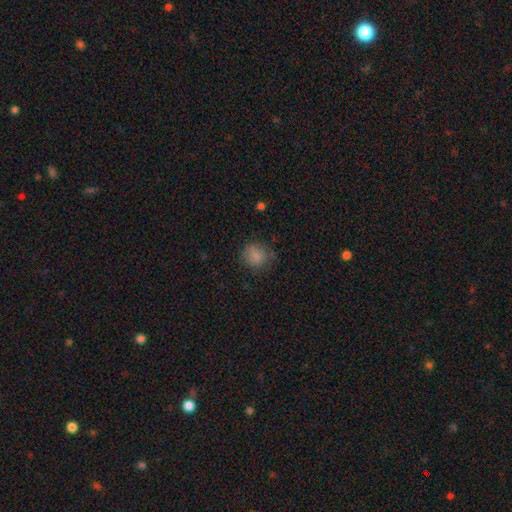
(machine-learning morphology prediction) smooth 82%, star or artifact 11%, featured or disk 7%. Down the decision tree: how rounded — round (87%); merging — none (73%).